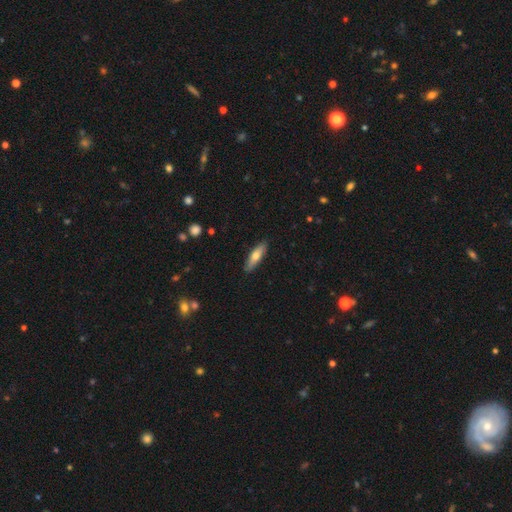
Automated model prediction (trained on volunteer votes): The model was most divided on "how rounded": cigar-shaped: 64%, in between: 34%, round: 2%. More confident: merging — none (88%); smooth or featured — smooth (64%).